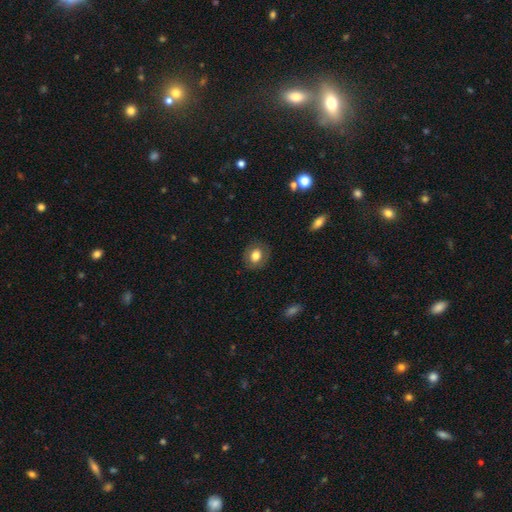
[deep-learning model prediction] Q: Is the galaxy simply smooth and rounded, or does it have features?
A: smooth — 72%.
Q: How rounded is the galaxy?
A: round — 59%.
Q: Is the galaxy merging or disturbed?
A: none — 85%.